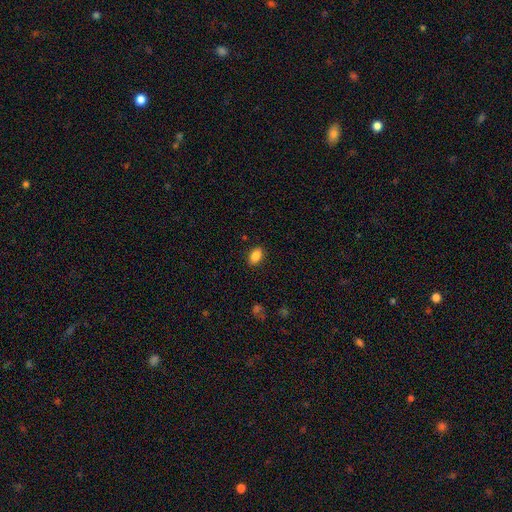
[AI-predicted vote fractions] Smooth or featured? smooth (87%)
How rounded? in between (90%)
Merging? none (88%)